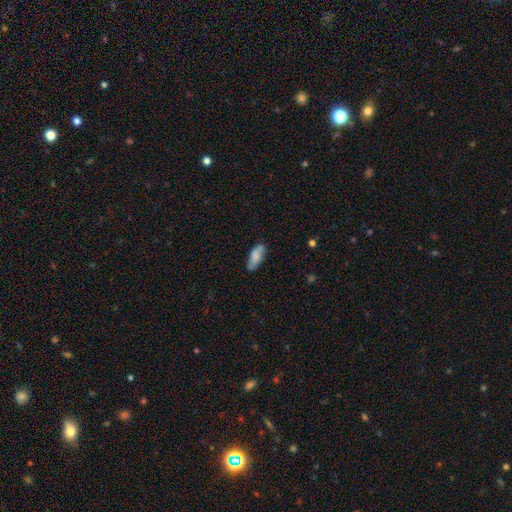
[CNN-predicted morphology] Q: Smooth or featured?
A: smooth (73%); runner-up: featured or disk (19%)
Q: How rounded?
A: in between (81%); runner-up: cigar-shaped (17%)
Q: Merging?
A: none (65%); runner-up: minor disturbance (24%)